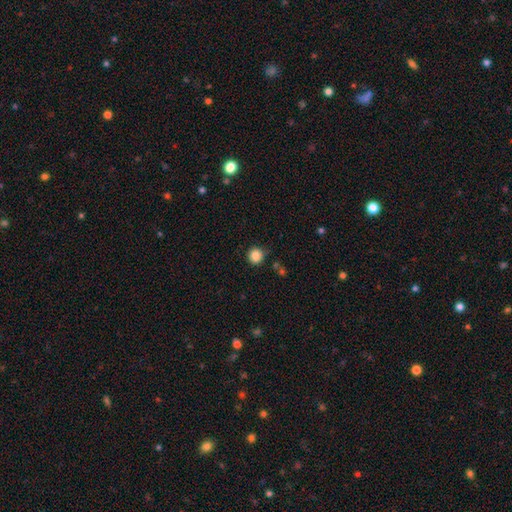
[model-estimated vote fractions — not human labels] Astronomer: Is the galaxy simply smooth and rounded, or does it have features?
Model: smooth — 86%.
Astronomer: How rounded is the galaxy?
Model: round — 91%.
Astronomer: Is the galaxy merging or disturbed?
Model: none — 80%.